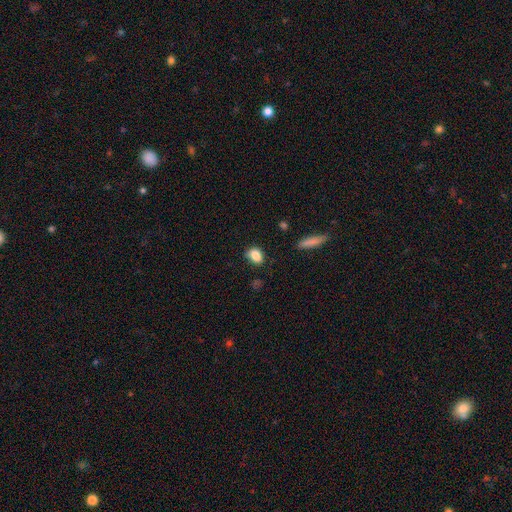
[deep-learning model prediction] This is clearly a smooth galaxy (84%). How rounded: likely in between (69%). Merging: likely none (71%).